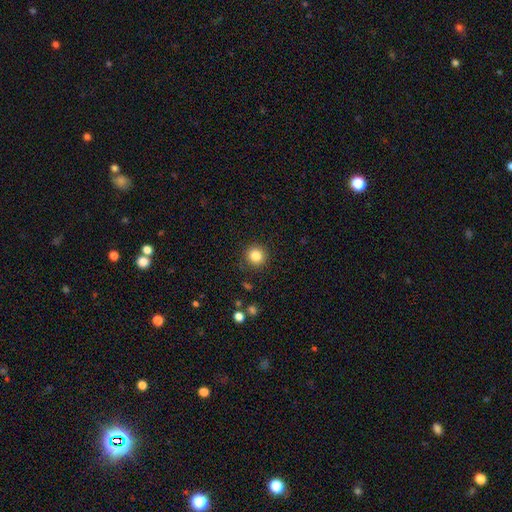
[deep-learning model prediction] smooth_or_featured: smooth (p=0.84) [alt: star or artifact p=0.11]
how_rounded: round (p=0.93) [alt: in between p=0.06]
merging: none (p=0.90) [alt: minor disturbance p=0.06]